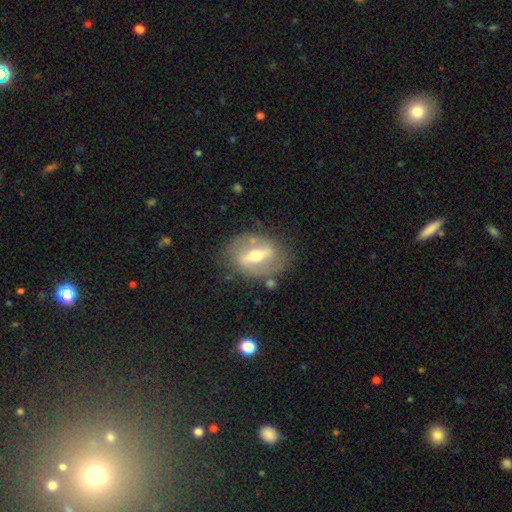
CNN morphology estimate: A featured or disk galaxy (72%) with a strong bar (65%), spiral arms (51%) and a moderate central bulge (69%). Merging: none (75%).